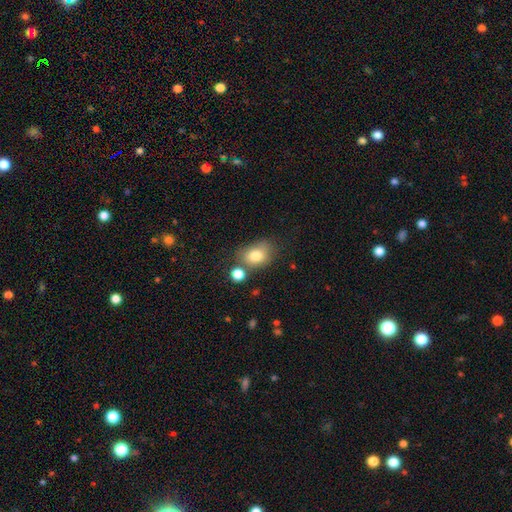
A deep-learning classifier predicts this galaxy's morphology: Smooth or featured? Predicted: smooth (p=0.80). How rounded? Predicted: in between (p=0.67). Merging? Predicted: none (p=0.57).